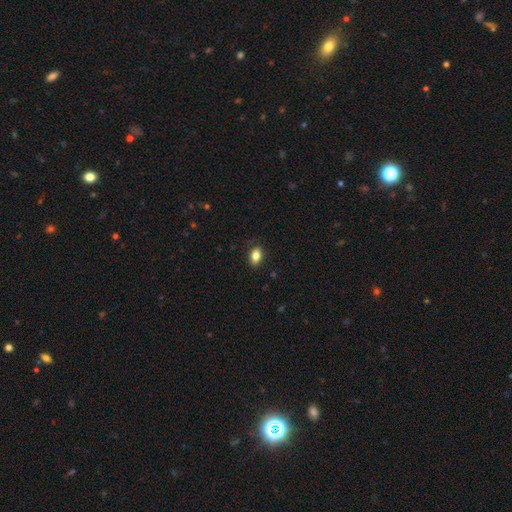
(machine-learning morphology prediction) Q: Smooth or featured?
A: smooth (84%); runner-up: star or artifact (9%)
Q: How rounded?
A: in between (86%); runner-up: round (12%)
Q: Merging?
A: none (86%); runner-up: minor disturbance (11%)